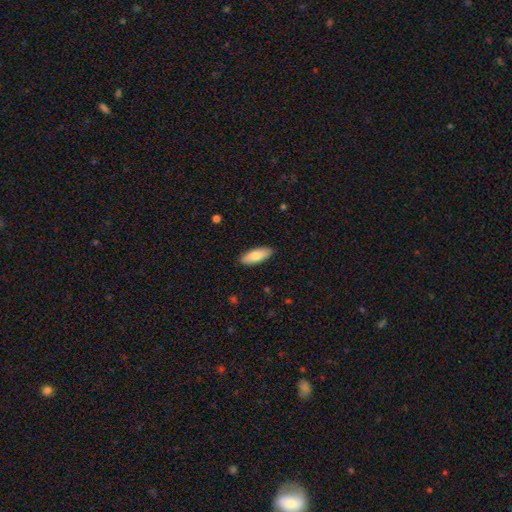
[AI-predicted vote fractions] This is clearly a smooth galaxy (81%). How rounded: likely in between (71%). Merging: clearly none (90%).